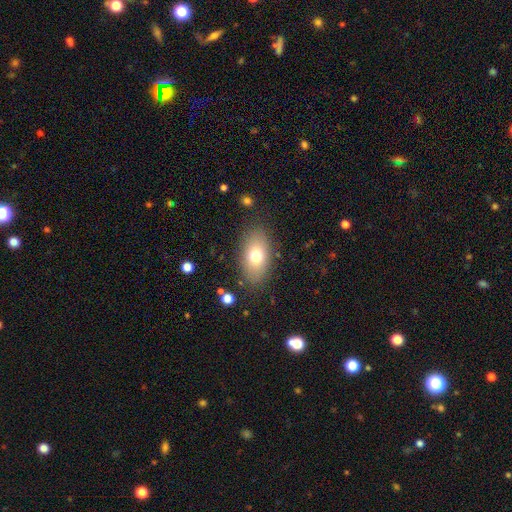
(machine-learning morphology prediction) Overall: smooth (72%). How rounded: in between (89%). Merging: none (83%).